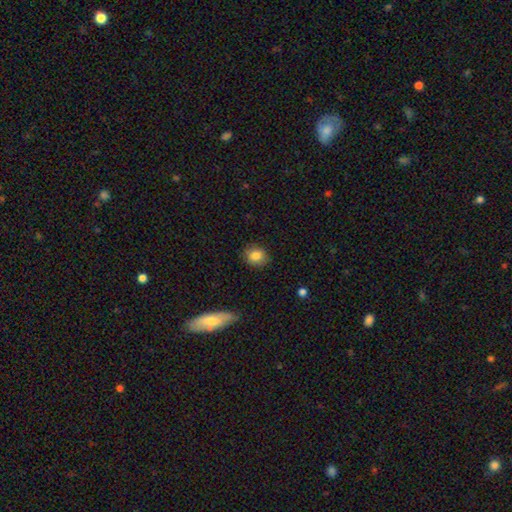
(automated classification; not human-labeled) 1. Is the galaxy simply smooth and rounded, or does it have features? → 83% smooth, 9% star or artifact, 8% featured or disk.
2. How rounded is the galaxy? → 73% round, 25% in between, 1% cigar-shaped.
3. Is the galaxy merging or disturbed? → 87% none, 10% minor disturbance, 2% major disturbance, 1% merger.